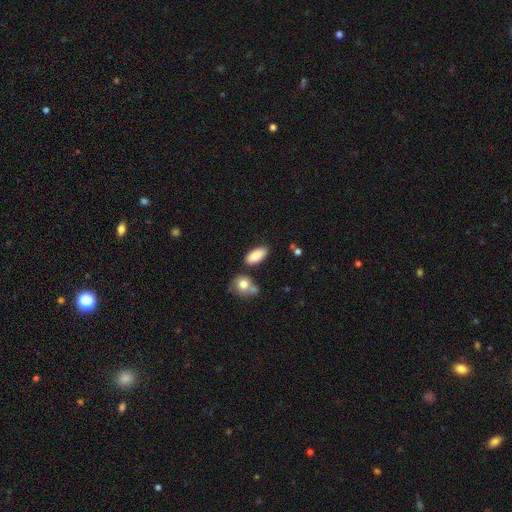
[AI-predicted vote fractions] Morphology: type=smooth (86%); roundness=in between (90%); merging=none (73%).